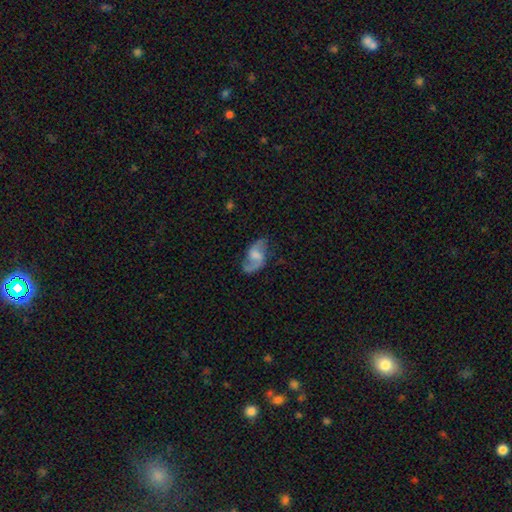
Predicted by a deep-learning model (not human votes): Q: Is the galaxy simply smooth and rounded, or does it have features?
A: featured or disk — 77%.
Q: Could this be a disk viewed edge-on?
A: no — 97%.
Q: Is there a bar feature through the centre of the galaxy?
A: weak — 54%.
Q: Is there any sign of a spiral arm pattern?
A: yes — 93%.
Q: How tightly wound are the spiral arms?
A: loose — 56%.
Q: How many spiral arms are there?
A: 2 — 87%.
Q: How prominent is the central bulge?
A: moderate — 32%.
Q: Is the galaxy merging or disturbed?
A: none — 68%.